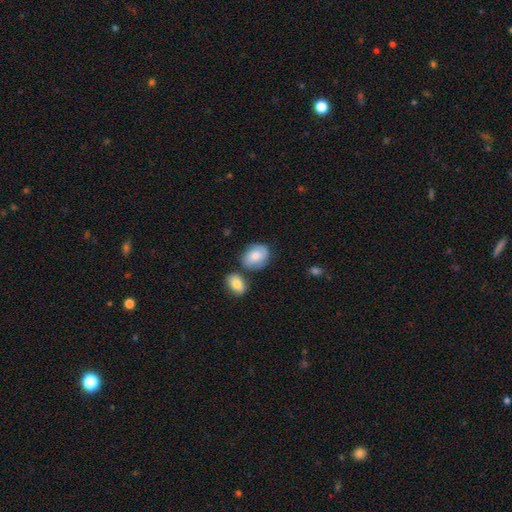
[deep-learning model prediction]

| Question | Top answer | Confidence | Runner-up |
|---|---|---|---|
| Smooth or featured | smooth | 72% | featured or disk (22%) |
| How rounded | in between | 72% | round (27%) |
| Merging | none | 62% | minor disturbance (18%) |